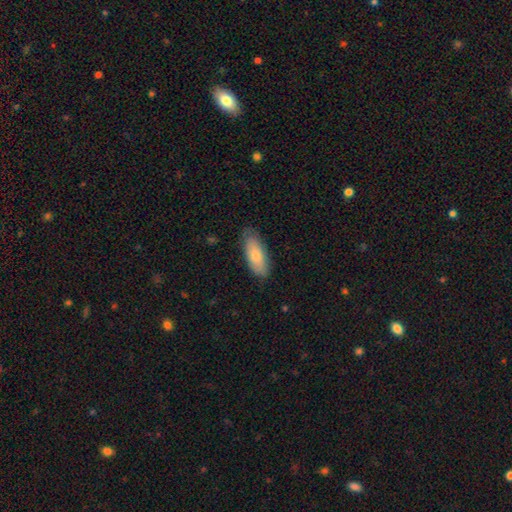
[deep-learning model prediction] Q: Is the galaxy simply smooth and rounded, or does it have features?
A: smooth — 77%.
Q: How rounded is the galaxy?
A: in between — 83%.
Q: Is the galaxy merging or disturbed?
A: none — 77%.